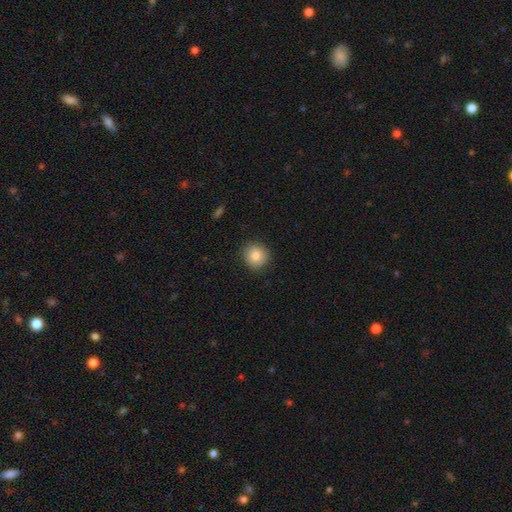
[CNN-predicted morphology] Smooth or featured? smooth (82%)
How rounded? round (87%)
Merging? none (87%)